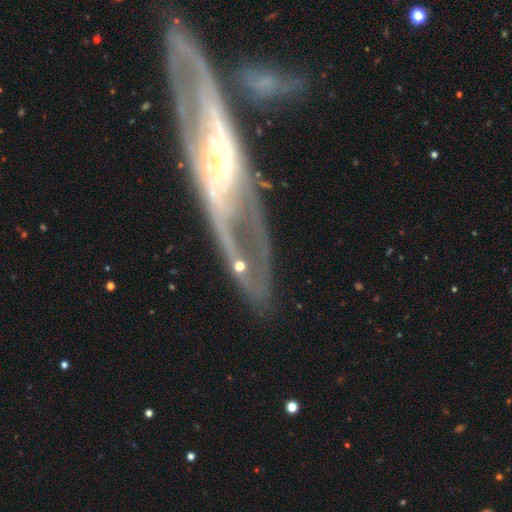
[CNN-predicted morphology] A featured or disk galaxy (82%) with no bar (50%), spiral arms (78%) and a small central bulge (60%).

Vote fractions:
- Smooth or featured? featured or disk: 82% / smooth: 11% / star or artifact: 7%
- Edge-on disk? no: 70% / yes: 30%
- Bar? no: 50% / weak: 28% / strong: 22%
- Spiral arms? yes: 78% / no: 22%
- Bulge size? small: 60% / moderate: 27% / large: 7% / none: 4% / dominant: 2%
- Merging? none: 67% / minor disturbance: 15% / major disturbance: 10% / merger: 8%